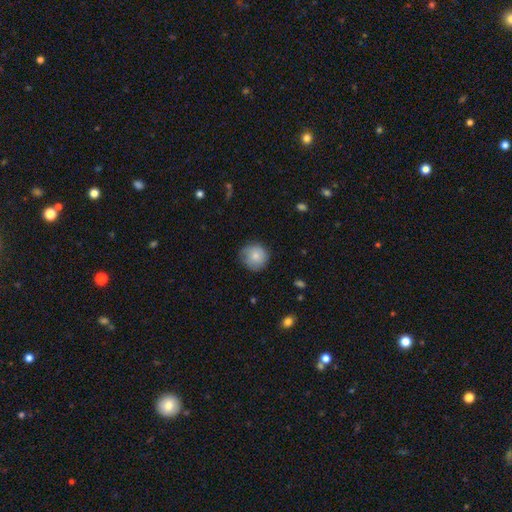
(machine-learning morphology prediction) Smooth or featured? smooth (81%)
How rounded? round (92%)
Merging? none (77%)